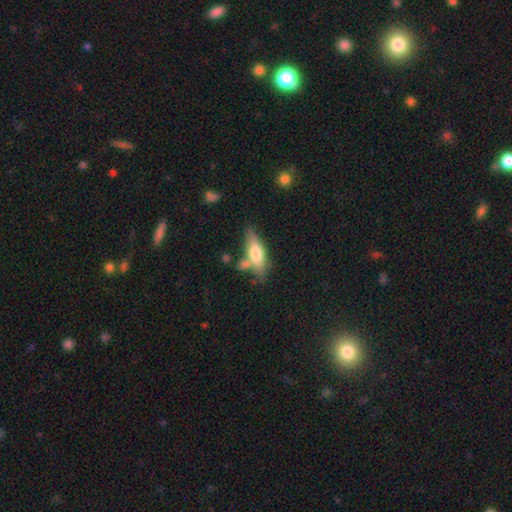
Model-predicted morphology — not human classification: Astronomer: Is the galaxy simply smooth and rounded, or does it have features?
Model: smooth — 65%.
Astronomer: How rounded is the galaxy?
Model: in between — 51% (runner-up: cigar-shaped, 46%).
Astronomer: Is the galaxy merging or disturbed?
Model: none — 58%.